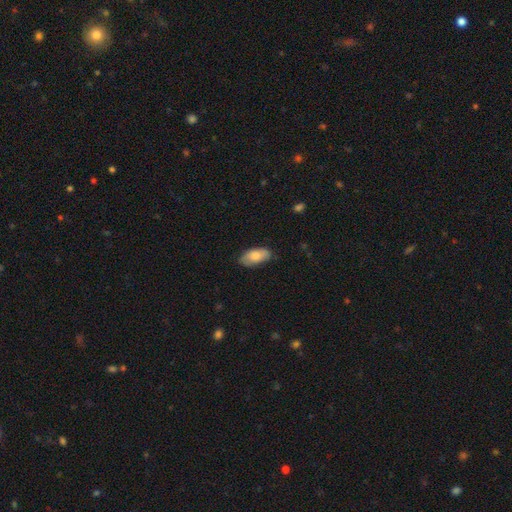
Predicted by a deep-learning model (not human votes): A smooth galaxy with no disk features (79%) that is in between round and cigar-shaped (93%). Merging: none (79%).